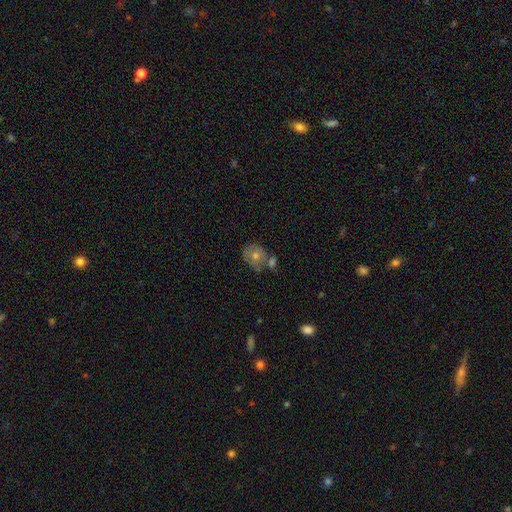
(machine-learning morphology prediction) smooth-or-featured: smooth: 49% | featured or disk: 38% | star or artifact: 14%
  merging: none: 60% | merger: 19% | minor disturbance: 16% | major disturbance: 6%